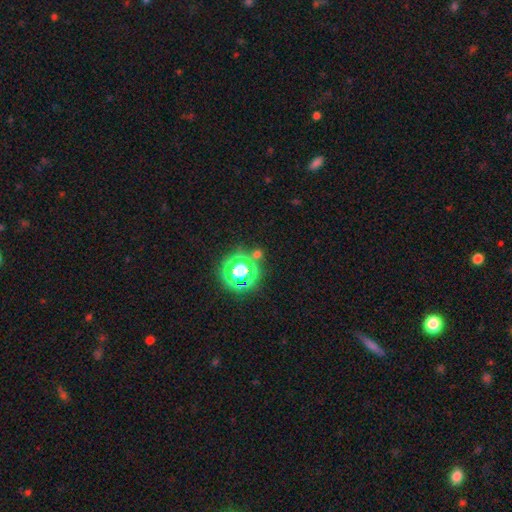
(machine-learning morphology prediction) Smooth or featured: star or artifact — 60% (smooth — 32%)